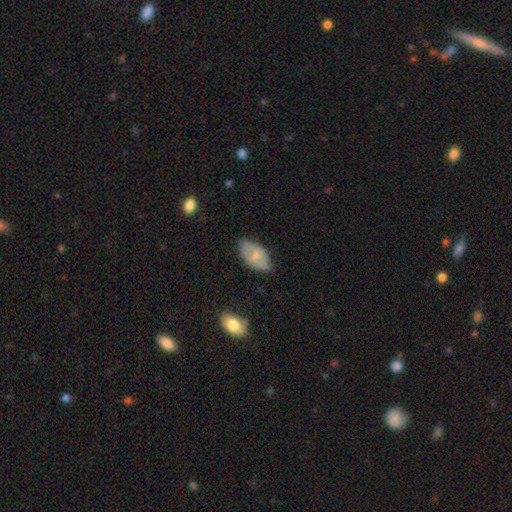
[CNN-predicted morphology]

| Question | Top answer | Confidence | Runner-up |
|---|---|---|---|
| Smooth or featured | smooth | 65% | featured or disk (28%) |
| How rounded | in between | 93% | round (4%) |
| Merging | none | 59% | minor disturbance (32%) |